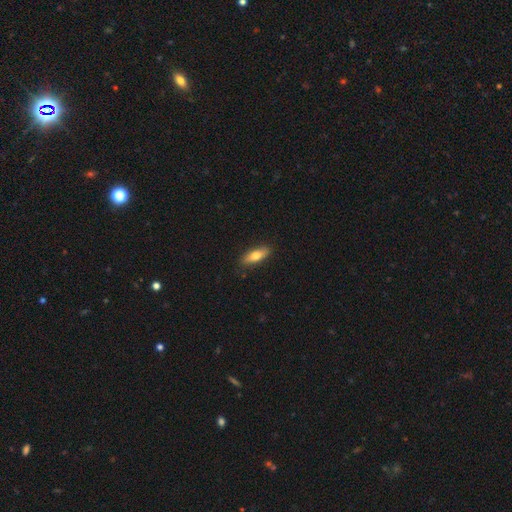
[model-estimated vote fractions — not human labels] Smooth or featured: smooth — 72% (featured or disk — 22%)
How rounded: in between — 61% (cigar-shaped — 36%)
Merging: none — 87% (minor disturbance — 10%)